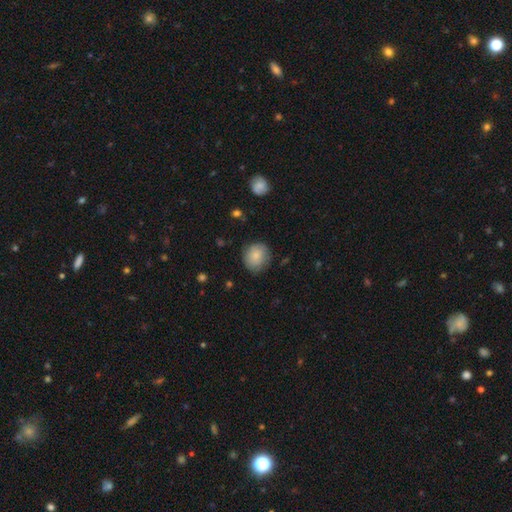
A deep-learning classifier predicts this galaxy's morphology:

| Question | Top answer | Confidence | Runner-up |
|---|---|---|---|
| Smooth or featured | smooth | 80% | featured or disk (13%) |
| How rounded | round | 79% | in between (20%) |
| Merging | none | 77% | minor disturbance (18%) |